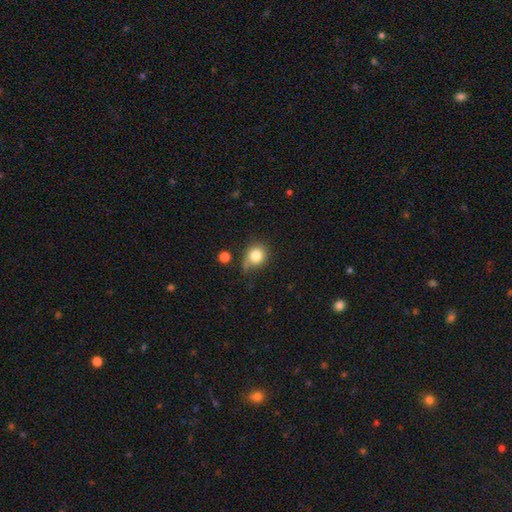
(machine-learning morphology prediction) The model was most divided on "merging": none: 55%, minor disturbance: 27%, major disturbance: 10%, merger: 8%. More confident: smooth or featured — smooth (81%); how rounded — round (78%).